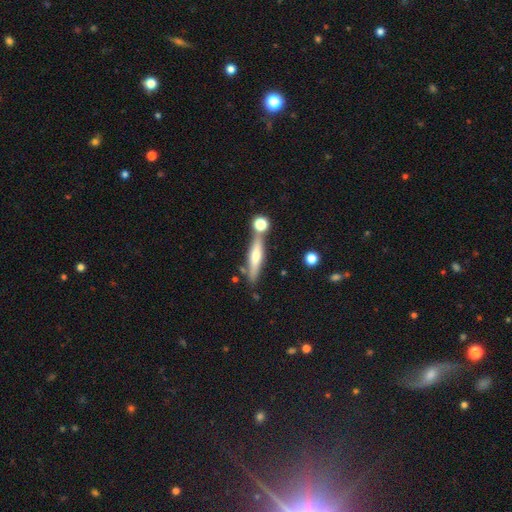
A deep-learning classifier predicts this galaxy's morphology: Q: Smooth or featured?
A: featured or disk (48%); runner-up: smooth (44%)
Q: Merging?
A: none (70%); runner-up: merger (15%)